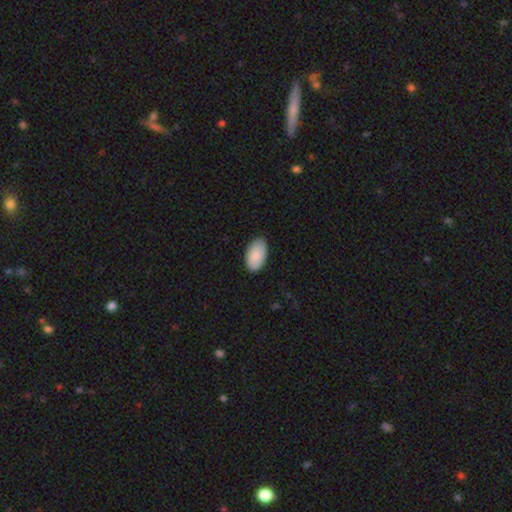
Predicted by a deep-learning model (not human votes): Smooth or featured? Predicted: smooth (p=0.90). How rounded? Predicted: in between (p=0.96). Merging? Predicted: none (p=0.86).